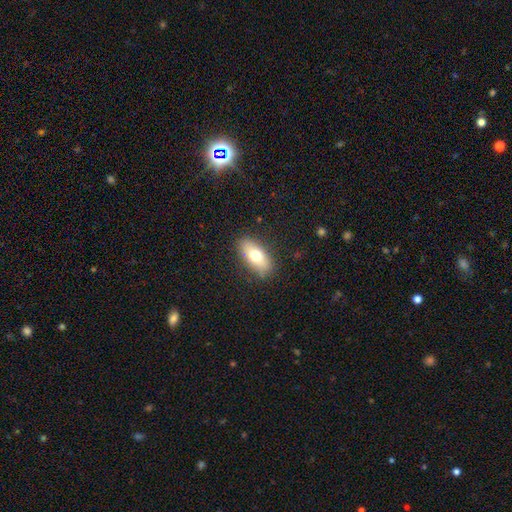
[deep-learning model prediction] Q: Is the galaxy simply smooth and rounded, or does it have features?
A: smooth — 69%.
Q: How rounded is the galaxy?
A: in between — 84%.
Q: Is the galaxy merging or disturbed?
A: none — 85%.